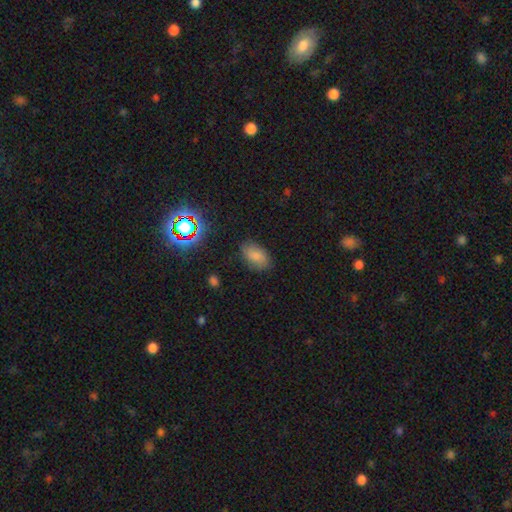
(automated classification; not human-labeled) smooth-or-featured: smooth: 78% | star or artifact: 13% | featured or disk: 9%
  how-rounded: in between: 91% | round: 7% | cigar-shaped: 2%
  merging: none: 79% | minor disturbance: 15% | major disturbance: 4% | merger: 1%